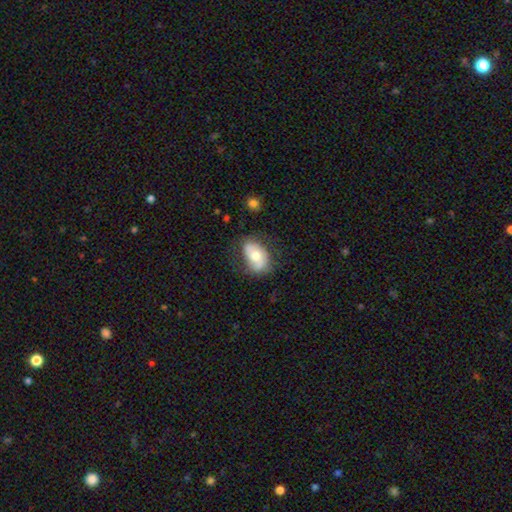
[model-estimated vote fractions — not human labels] smooth_or_featured: smooth (p=0.55) [alt: featured or disk p=0.38]
how_rounded: in between (p=0.85) [alt: round p=0.14]
merging: none (p=0.61) [alt: minor disturbance p=0.27]